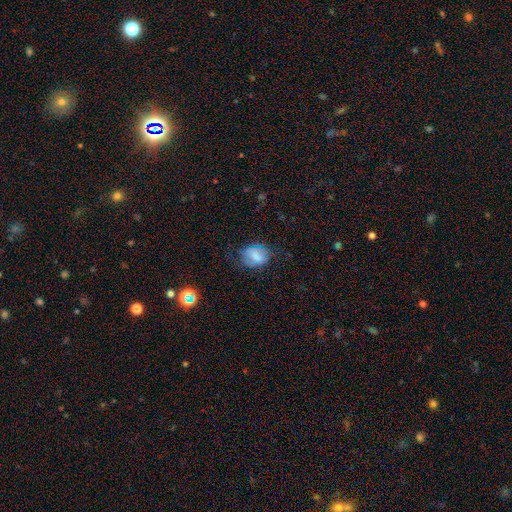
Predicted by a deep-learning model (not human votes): smooth_or_featured: smooth (p=0.68) [alt: featured or disk p=0.22]
how_rounded: in between (p=0.57) [alt: round p=0.42]
merging: none (p=0.56) [alt: minor disturbance p=0.27]